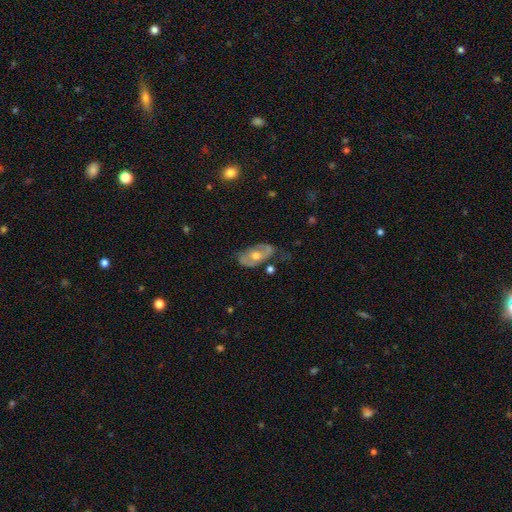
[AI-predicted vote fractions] Overall: featured or disk (61%; smooth 33%). Edge-on disk: no (89%). Bar: no (73%). Spiral arms: yes (57%; no 43%). Bulge size: moderate (74%). Merging: none (53%; minor disturbance 28%).